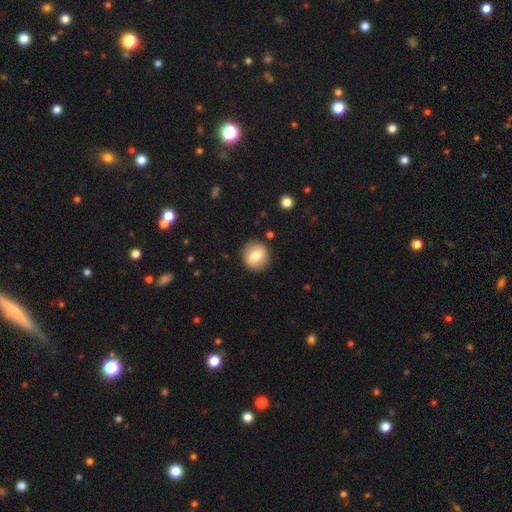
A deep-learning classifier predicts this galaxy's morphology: Smooth or featured: smooth — 68% (featured or disk — 24%)
How rounded: round — 82% (in between — 17%)
Merging: none — 89% (minor disturbance — 7%)